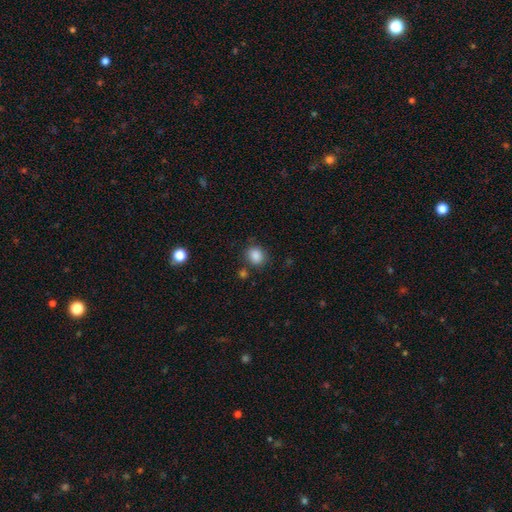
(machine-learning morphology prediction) Smooth or featured: smooth — 87% (star or artifact — 10%)
How rounded: round — 72% (in between — 27%)
Merging: none — 79% (minor disturbance — 12%)